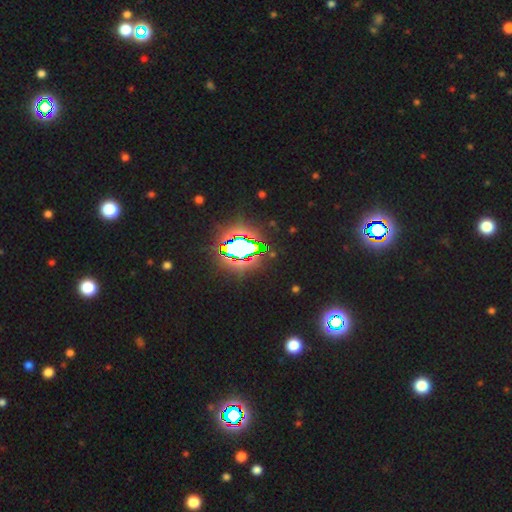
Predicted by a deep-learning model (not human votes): The model was most divided on "smooth or featured": star or artifact: 84%, smooth: 9%, featured or disk: 7%.